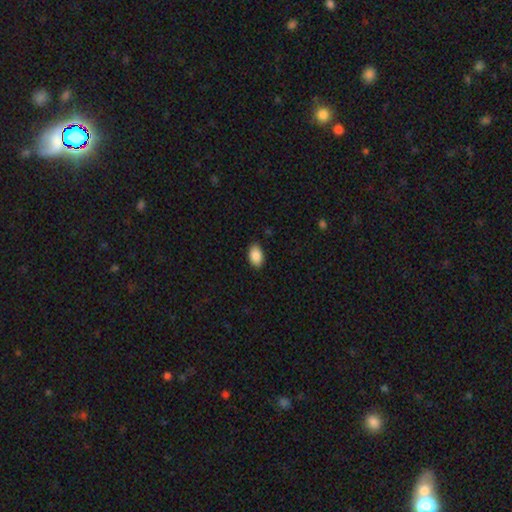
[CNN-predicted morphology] Smooth or featured? smooth (89%)
How rounded? in between (92%)
Merging? none (88%)